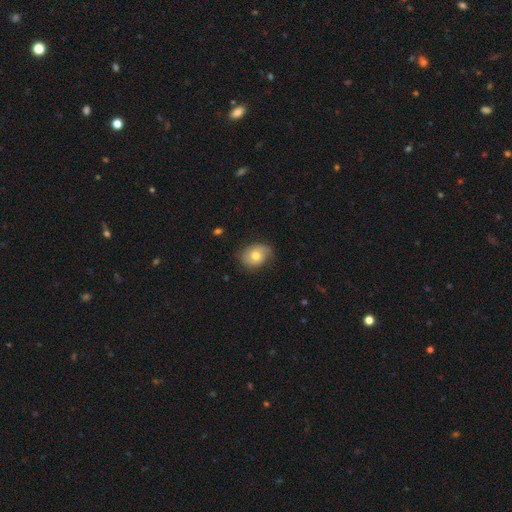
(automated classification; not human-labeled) smooth_or_featured: smooth (p=0.61) [alt: featured or disk p=0.31]
how_rounded: in between (p=0.58) [alt: round p=0.41]
merging: none (p=0.73) [alt: minor disturbance p=0.21]